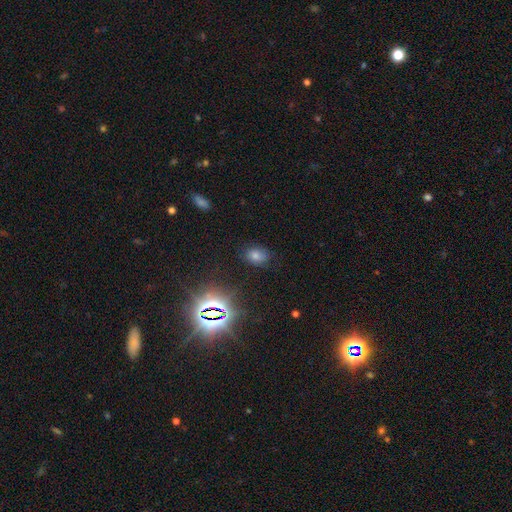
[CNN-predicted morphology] A smooth galaxy with no disk features (53%) that is in between round and cigar-shaped (71%).

Vote fractions:
- Smooth or featured? smooth: 53% / star or artifact: 38% / featured or disk: 10%
- How rounded? in between: 71% / round: 28% / cigar-shaped: 2%
- Merging? none: 82% / minor disturbance: 12% / major disturbance: 4% / merger: 2%